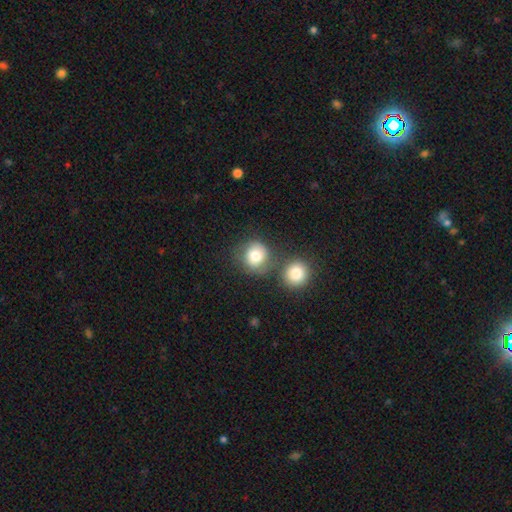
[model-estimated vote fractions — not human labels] smooth-or-featured: smooth: 79% | featured or disk: 12% | star or artifact: 9%
  how-rounded: round: 85% | in between: 14% | cigar-shaped: 1%
  merging: none: 59% | merger: 24% | minor disturbance: 12% | major disturbance: 5%